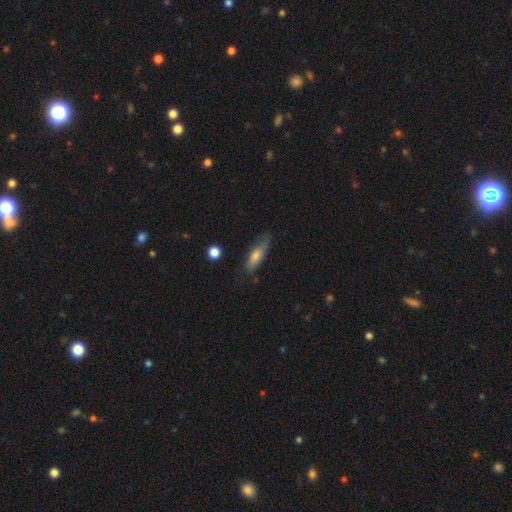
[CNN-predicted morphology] A smooth galaxy with no disk features (64%) that is cigar-shaped (55%).

Vote fractions:
- Smooth or featured? smooth: 64% / featured or disk: 29% / star or artifact: 8%
- How rounded? cigar-shaped: 55% / in between: 42% / round: 3%
- Merging? none: 68% / minor disturbance: 24% / major disturbance: 6% / merger: 2%